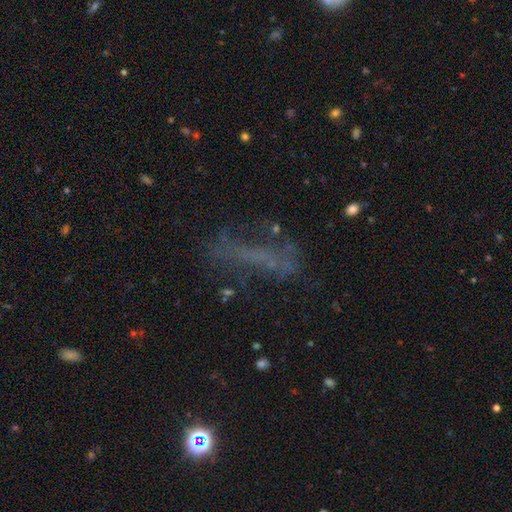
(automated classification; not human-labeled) This appears to be a featured or disk galaxy (41%). Merging: none (50%).